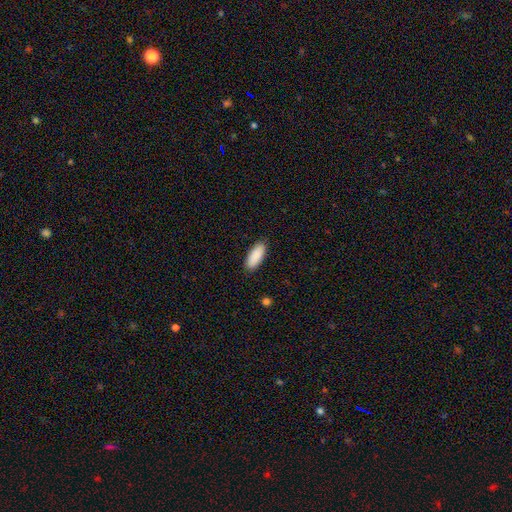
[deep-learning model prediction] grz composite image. It shows a smooth galaxy with no disk features (90%) that is in between round and cigar-shaped (79%). Merging: none (89%).